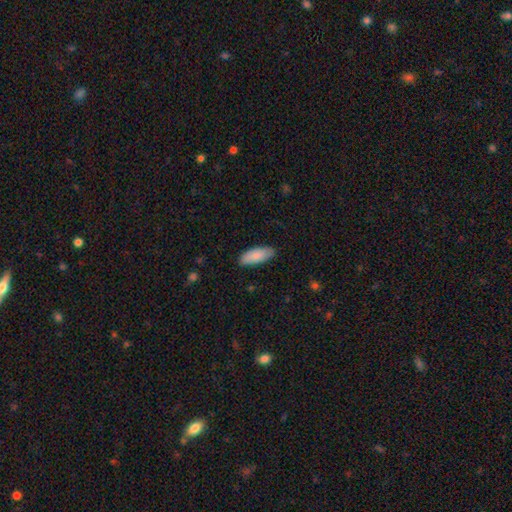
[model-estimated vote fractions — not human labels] The model was most divided on "how rounded": in between: 78%, cigar-shaped: 20%, round: 2%. More confident: smooth or featured — smooth (88%); merging — none (87%).